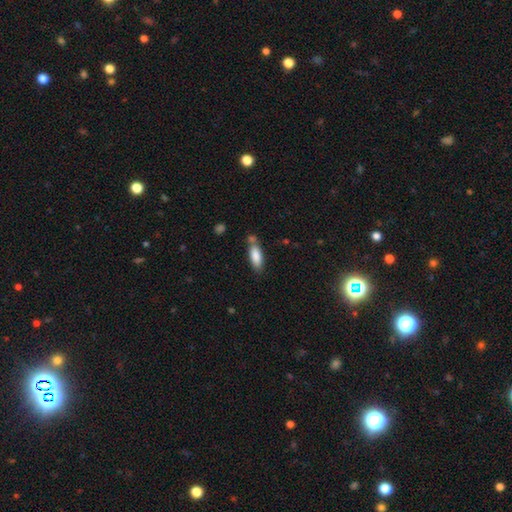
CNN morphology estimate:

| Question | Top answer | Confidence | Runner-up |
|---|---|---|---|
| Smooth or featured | smooth | 85% | featured or disk (9%) |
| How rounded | in between | 70% | cigar-shaped (28%) |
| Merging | none | 58% | merger (20%) |